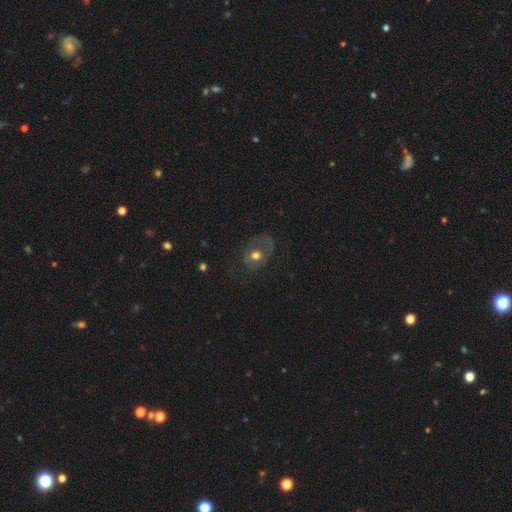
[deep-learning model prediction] This appears to be a smooth galaxy with no disk features (47%). Merging: none (58%).